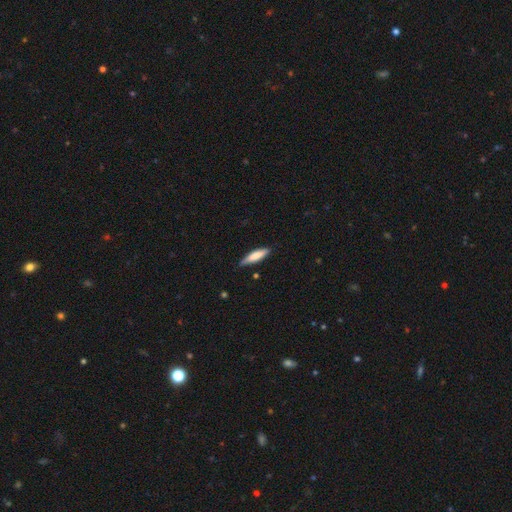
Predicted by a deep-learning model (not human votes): Smooth or featured: smooth — 74% (featured or disk — 20%)
How rounded: cigar-shaped — 74% (in between — 25%)
Merging: none — 78% (minor disturbance — 18%)